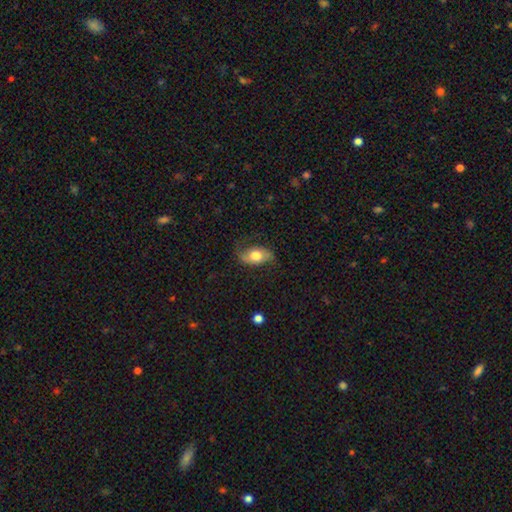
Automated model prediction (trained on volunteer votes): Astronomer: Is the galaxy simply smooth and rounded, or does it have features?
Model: smooth — 50% (runner-up: featured or disk, 43%).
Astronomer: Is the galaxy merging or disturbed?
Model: none — 65%.